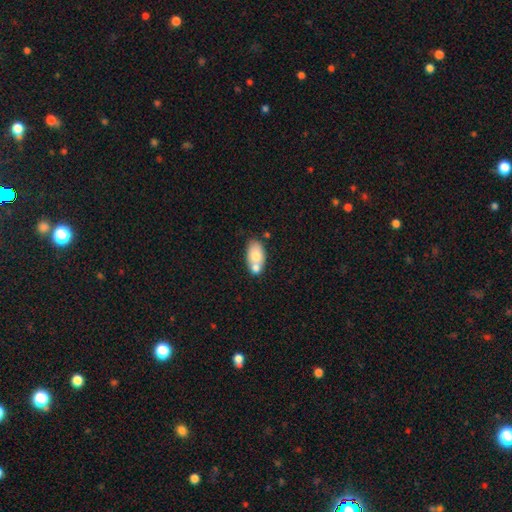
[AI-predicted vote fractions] Morphology: type=smooth (71%); roundness=in between (89%); merging=merger (42%).